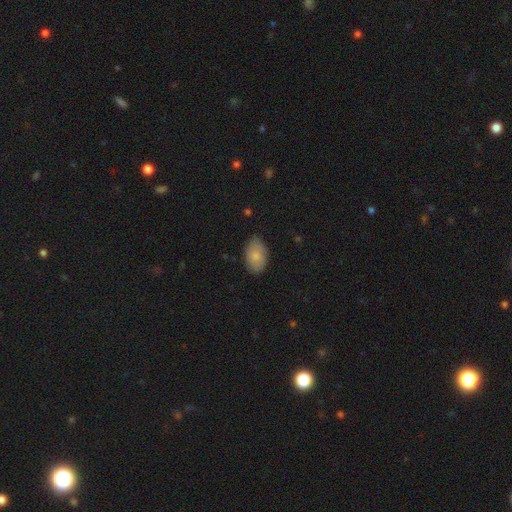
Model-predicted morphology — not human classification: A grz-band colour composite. It shows a smooth galaxy with no disk features (83%) that is in between round and cigar-shaped (91%). Merging: none (77%).